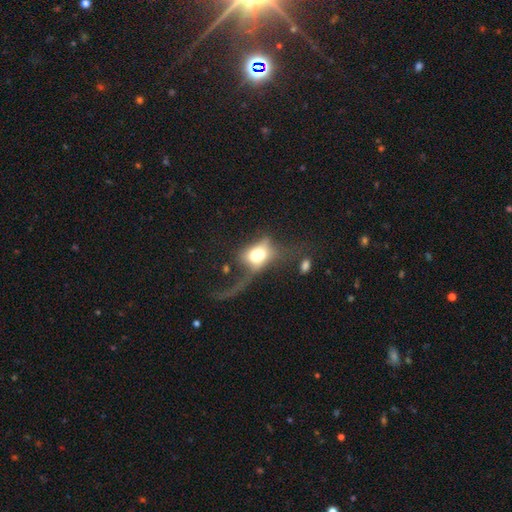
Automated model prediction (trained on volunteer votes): The model was most divided on "smooth or featured": smooth: 55%, featured or disk: 34%, star or artifact: 11%. Remaining: how rounded — in between (68%); merging — major disturbance (47%).